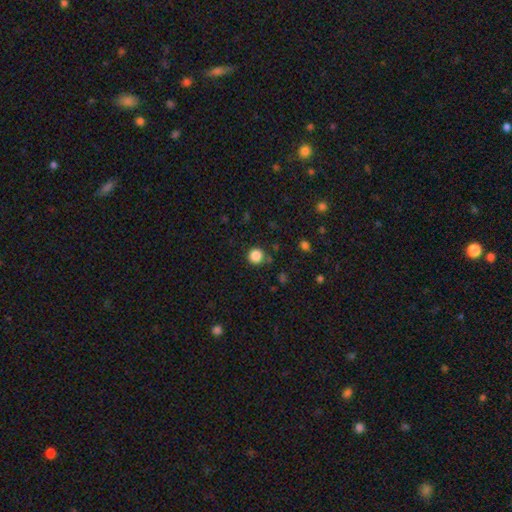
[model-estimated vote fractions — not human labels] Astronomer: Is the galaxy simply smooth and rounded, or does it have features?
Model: smooth — 85%.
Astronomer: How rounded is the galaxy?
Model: round — 94%.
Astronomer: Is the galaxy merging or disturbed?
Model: none — 87%.